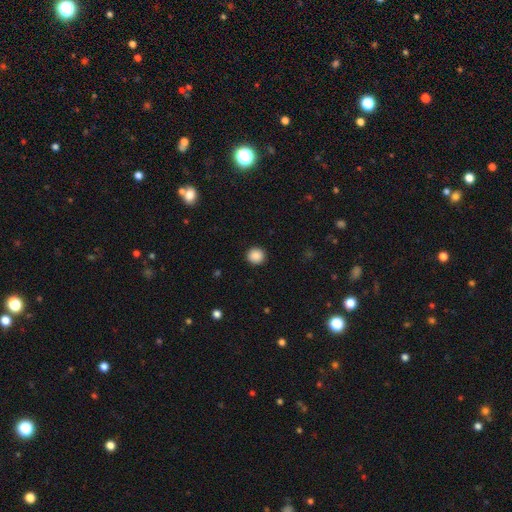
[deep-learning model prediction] This appears to be a smooth galaxy with no disk features (88%) that is round (93%). Merging: none (92%).